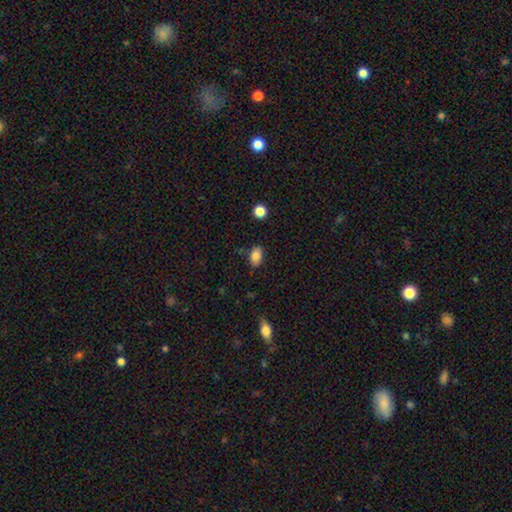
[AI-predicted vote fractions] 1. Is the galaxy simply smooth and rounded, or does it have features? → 85% smooth, 9% star or artifact, 6% featured or disk.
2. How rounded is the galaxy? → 87% in between, 12% round, 2% cigar-shaped.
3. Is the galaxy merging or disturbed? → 78% none, 17% minor disturbance, 3% major disturbance, 2% merger.